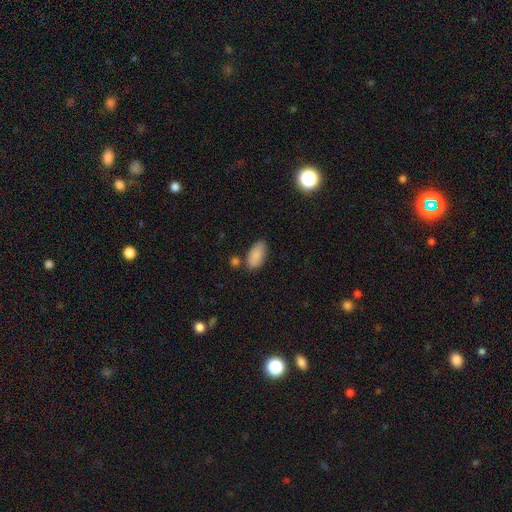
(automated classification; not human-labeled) smooth-or-featured: smooth: 87% | star or artifact: 7% | featured or disk: 6%
  how-rounded: in between: 93% | cigar-shaped: 4% | round: 3%
  merging: none: 70% | minor disturbance: 18% | merger: 8% | major disturbance: 4%